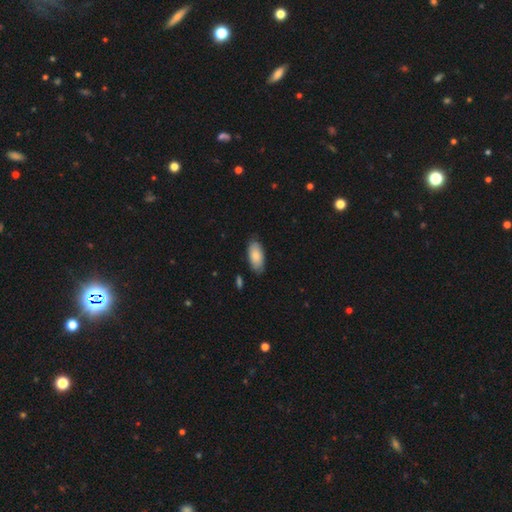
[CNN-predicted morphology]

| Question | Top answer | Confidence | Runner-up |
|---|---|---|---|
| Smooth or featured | smooth | 81% | featured or disk (13%) |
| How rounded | in between | 93% | cigar-shaped (5%) |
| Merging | none | 79% | minor disturbance (16%) |